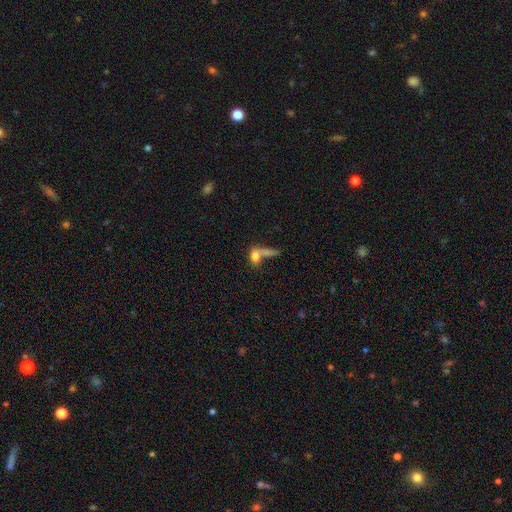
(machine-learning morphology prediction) Overall: smooth (69%). How rounded: in between (59%; round 30%). Merging: merger (50%; none 23%).